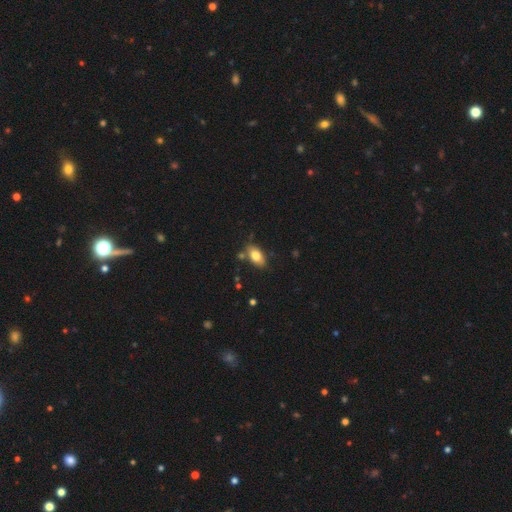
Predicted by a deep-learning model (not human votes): Smooth or featured?
  - smooth: 79% *
  - featured or disk: 13%
  - star or artifact: 8%
How rounded?
  - in between: 90% *
  - round: 6%
  - cigar-shaped: 4%
Merging?
  - none: 76% *
  - minor disturbance: 15%
  - merger: 6%
  - major disturbance: 3%